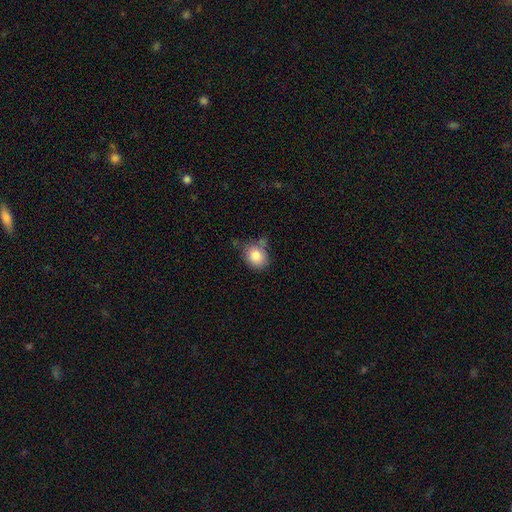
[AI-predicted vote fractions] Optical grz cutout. It shows a smooth galaxy with no disk features (83%) that is round (59%). Merging: none (62%).